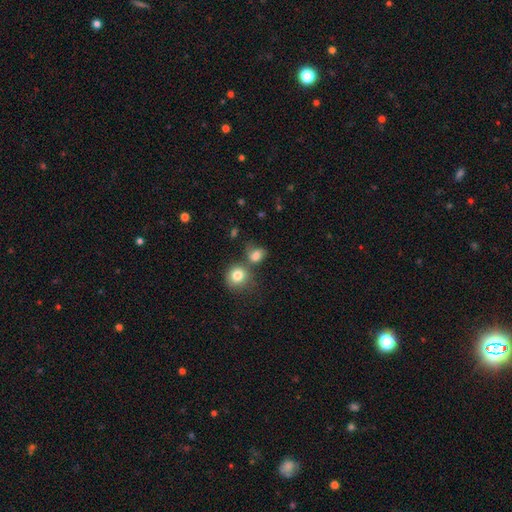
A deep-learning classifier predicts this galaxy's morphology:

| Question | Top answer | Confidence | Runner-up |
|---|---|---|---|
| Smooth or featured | smooth | 78% | featured or disk (11%) |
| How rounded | round | 52% | in between (46%) |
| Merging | none | 43% | merger (28%) |